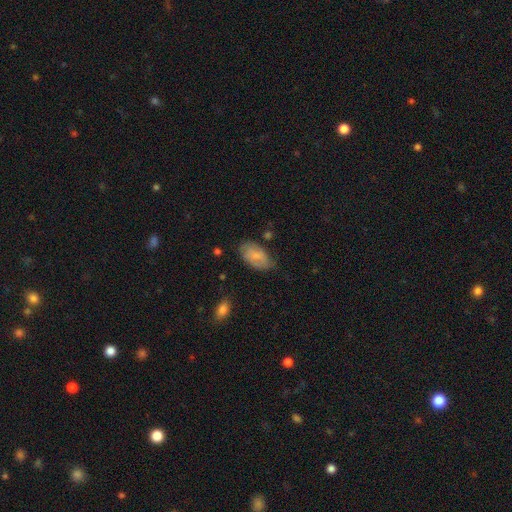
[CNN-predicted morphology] Smooth or featured: smooth — 70% (featured or disk — 23%)
How rounded: in between — 94% (round — 4%)
Merging: none — 66% (minor disturbance — 26%)